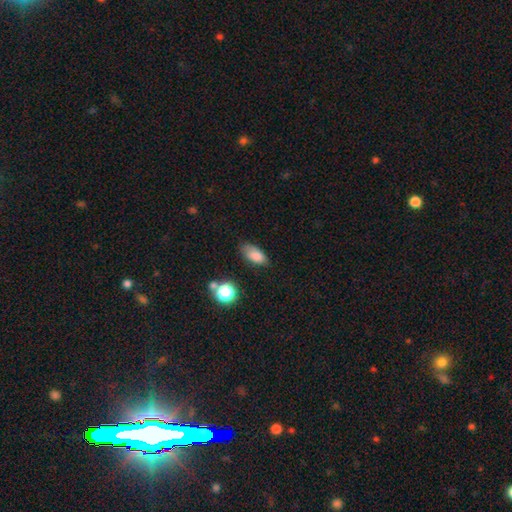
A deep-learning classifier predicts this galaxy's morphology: Smooth or featured? smooth (82%)
How rounded? in between (88%)
Merging? none (65%)